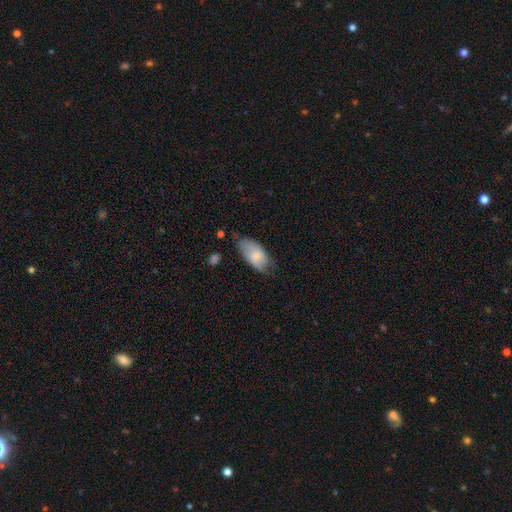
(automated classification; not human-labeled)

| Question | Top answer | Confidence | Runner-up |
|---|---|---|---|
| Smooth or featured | smooth | 69% | featured or disk (25%) |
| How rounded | in between | 93% | cigar-shaped (4%) |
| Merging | none | 57% | minor disturbance (32%) |